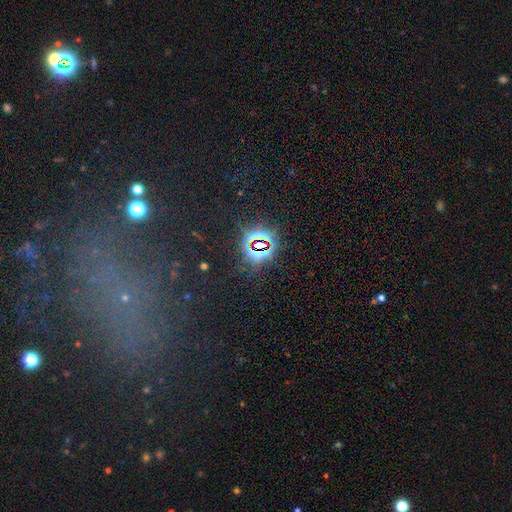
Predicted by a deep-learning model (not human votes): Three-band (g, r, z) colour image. It shows a star or artifact, not a galaxy (80%).